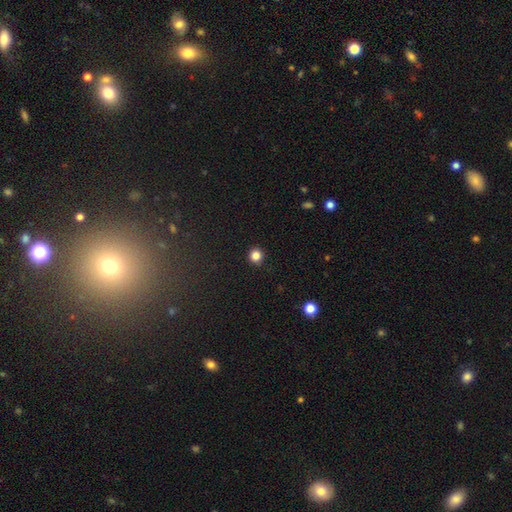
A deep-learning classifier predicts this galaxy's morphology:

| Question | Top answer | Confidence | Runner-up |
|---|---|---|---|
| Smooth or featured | smooth | 83% | star or artifact (12%) |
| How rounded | round | 93% | in between (6%) |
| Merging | none | 93% | minor disturbance (5%) |